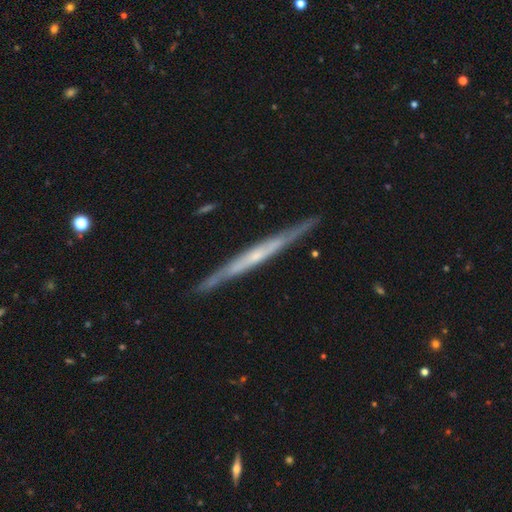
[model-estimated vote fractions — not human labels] smooth_or_featured: featured or disk (p=0.72) [alt: smooth p=0.22]
disk_edge_on: yes (p=0.96) [alt: no p=0.04]
edge_on_bulge: none (p=0.64) [alt: rounded p=0.27]
merging: none (p=0.88) [alt: minor disturbance p=0.09]